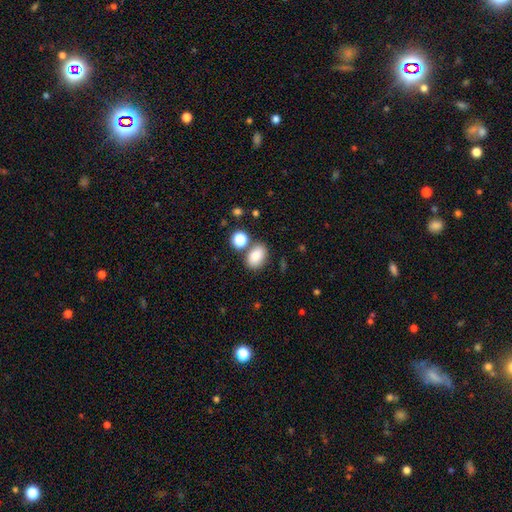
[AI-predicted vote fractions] Smooth or featured?
  - smooth: 84% *
  - star or artifact: 10%
  - featured or disk: 7%
How rounded?
  - in between: 80% *
  - round: 19%
  - cigar-shaped: 1%
Merging?
  - none: 68% *
  - merger: 15%
  - minor disturbance: 13%
  - major disturbance: 4%